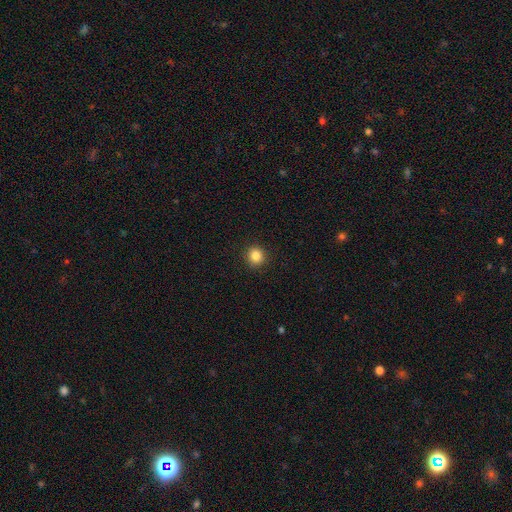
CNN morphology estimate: smooth-or-featured: smooth: 85% | star or artifact: 11% | featured or disk: 4%
  how-rounded: round: 89% | in between: 10% | cigar-shaped: 1%
  merging: none: 92% | minor disturbance: 6% | major disturbance: 2% | merger: 1%